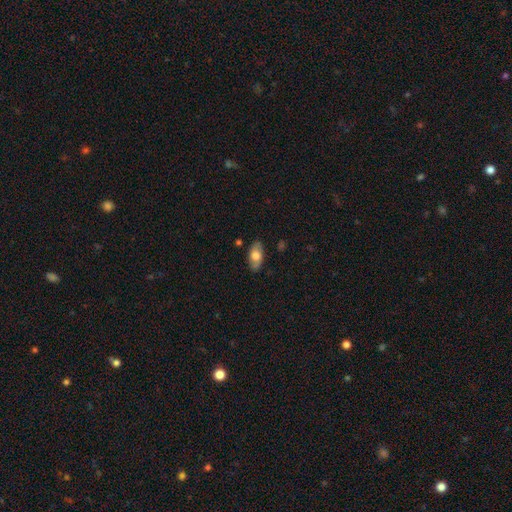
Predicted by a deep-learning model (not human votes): Q: Smooth or featured?
A: smooth (66%); runner-up: featured or disk (28%)
Q: How rounded?
A: in between (91%); runner-up: cigar-shaped (5%)
Q: Merging?
A: none (83%); runner-up: minor disturbance (13%)